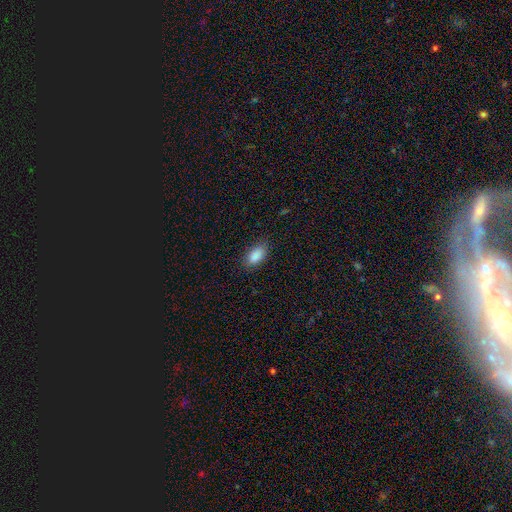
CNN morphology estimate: A smooth galaxy with no disk features (88%) that is in between round and cigar-shaped (91%). Merging: none (83%).